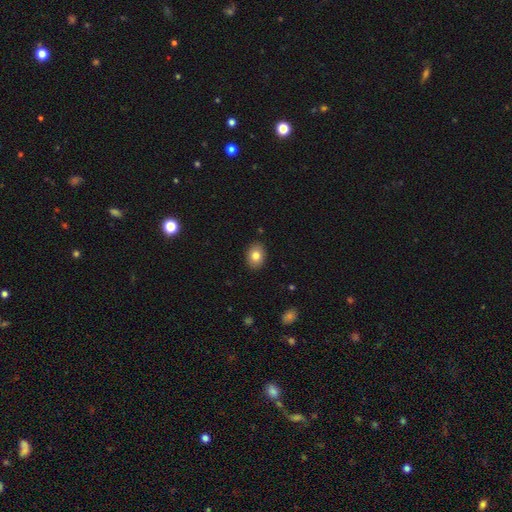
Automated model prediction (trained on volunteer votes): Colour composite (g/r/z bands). It shows a smooth galaxy with no disk features (81%) that is in between round and cigar-shaped (66%). Merging: none (89%).